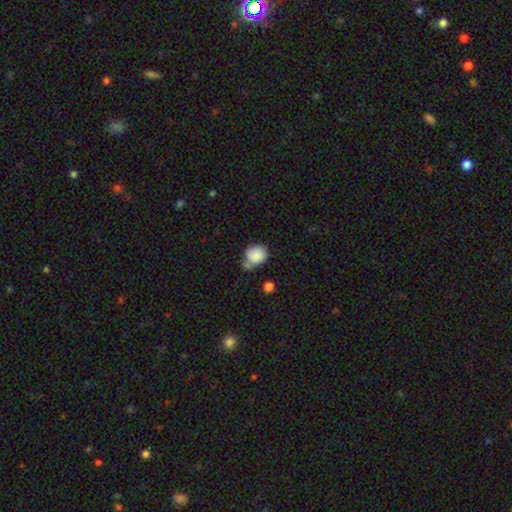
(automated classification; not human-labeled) This appears to be a smooth galaxy with no disk features (85%) that is round (65%). Merging: none (44%).